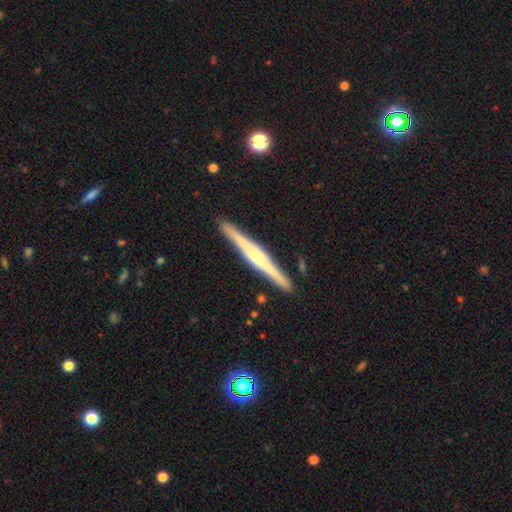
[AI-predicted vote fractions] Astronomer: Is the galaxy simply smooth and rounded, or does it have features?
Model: featured or disk — 76%.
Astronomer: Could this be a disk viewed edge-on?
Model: yes — 98%.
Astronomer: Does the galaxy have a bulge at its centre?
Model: rounded — 67%.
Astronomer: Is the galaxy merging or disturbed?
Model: none — 91%.